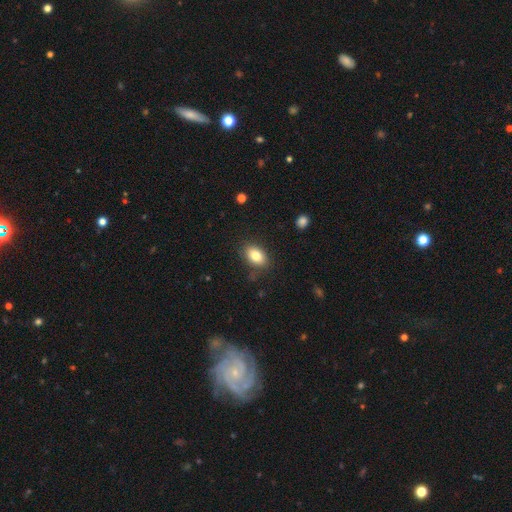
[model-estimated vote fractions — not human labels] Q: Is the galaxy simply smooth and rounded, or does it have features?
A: smooth — 82%.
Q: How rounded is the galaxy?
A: in between — 87%.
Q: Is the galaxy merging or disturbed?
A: none — 83%.